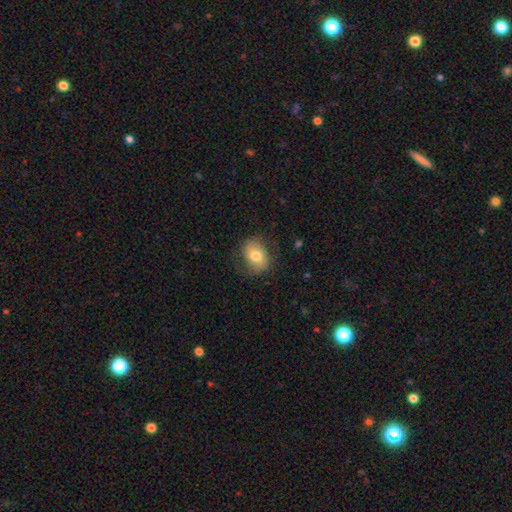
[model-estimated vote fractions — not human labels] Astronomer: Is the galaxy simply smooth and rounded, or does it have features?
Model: smooth — 64%.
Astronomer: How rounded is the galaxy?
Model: in between — 62% (runner-up: round, 37%).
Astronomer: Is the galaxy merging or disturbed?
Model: none — 72%.